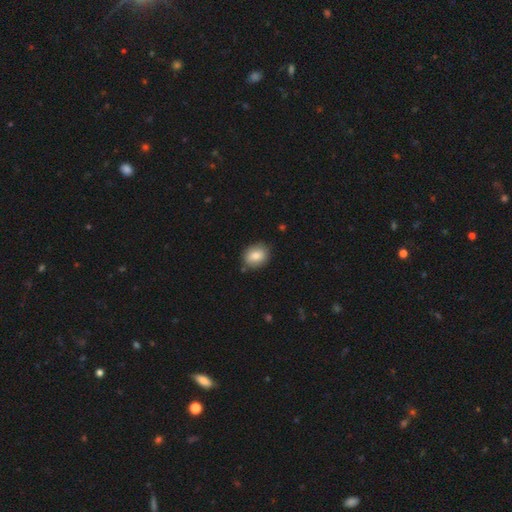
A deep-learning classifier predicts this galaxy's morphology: This is clearly a smooth galaxy (81%). How rounded: possibly round (52%). Merging: clearly none (83%).